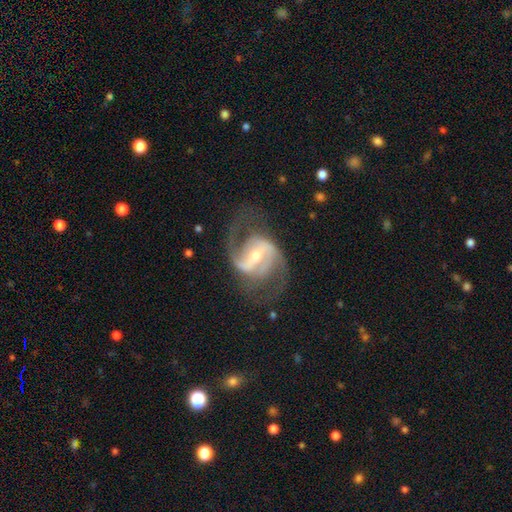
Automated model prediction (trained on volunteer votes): Smooth or featured: featured or disk — 90% (star or artifact — 5%)
Edge-on disk: no — 97% (yes — 3%)
Bar: strong — 51% (weak — 35%)
Spiral arms: yes — 97% (no — 3%)
Spiral winding: medium — 54% (loose — 34%)
Spiral arm count: 2 — 86% (3 — 5%)
Bulge size: small — 52% (moderate — 43%)
Merging: none — 68% (minor disturbance — 15%)